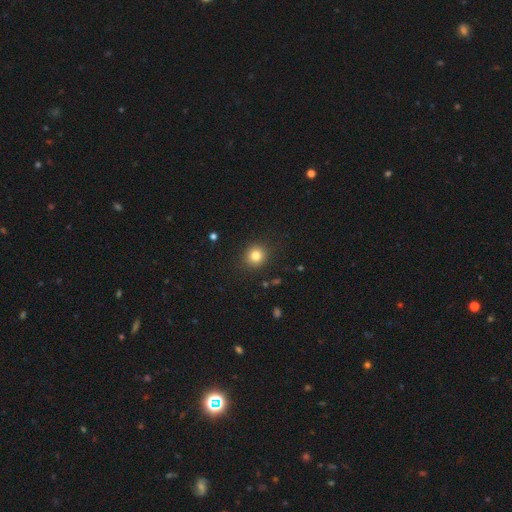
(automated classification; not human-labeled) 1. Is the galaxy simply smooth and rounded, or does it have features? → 82% smooth, 12% star or artifact, 6% featured or disk.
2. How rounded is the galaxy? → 89% round, 10% in between, 1% cigar-shaped.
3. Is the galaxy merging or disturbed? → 90% none, 6% minor disturbance, 2% major disturbance, 1% merger.